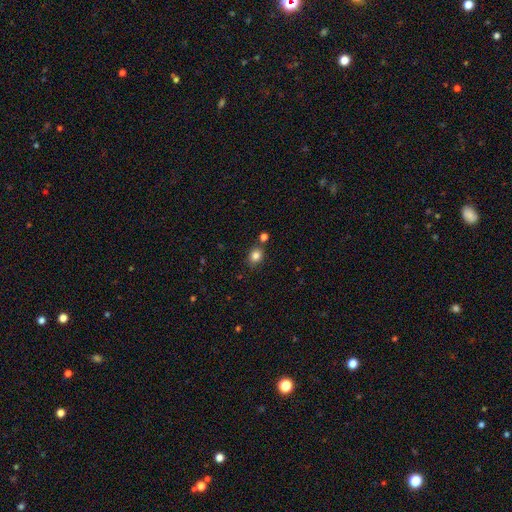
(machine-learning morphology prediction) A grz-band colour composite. It shows a smooth galaxy with no disk features (83%) that is round (58%). Merging: none (75%).